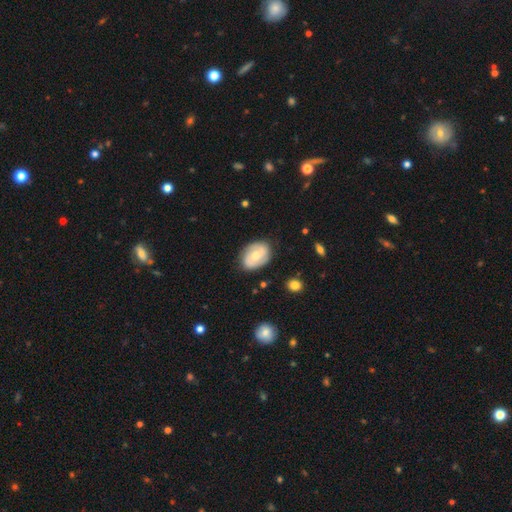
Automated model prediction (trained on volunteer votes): Q: Smooth or featured?
A: featured or disk (54%); runner-up: smooth (40%)
Q: Edge-on disk?
A: no (96%); runner-up: yes (4%)
Q: Bar?
A: no (61%); runner-up: weak (32%)
Q: Spiral arms?
A: yes (74%); runner-up: no (26%)
Q: Bulge size?
A: moderate (61%); runner-up: small (32%)
Q: Merging?
A: none (79%); runner-up: minor disturbance (16%)